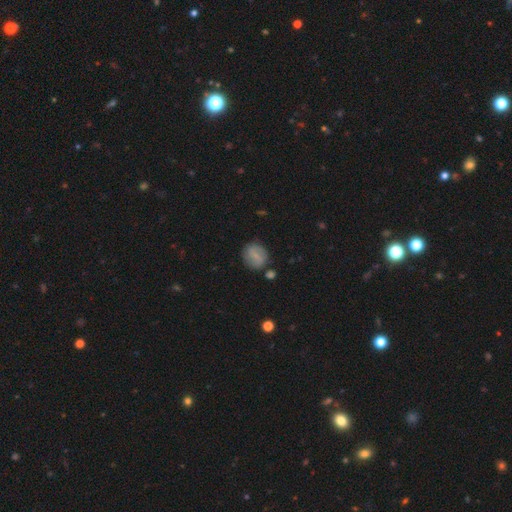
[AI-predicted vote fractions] Morphology: type=smooth (63%); roundness=round (69%); merging=none (78%).